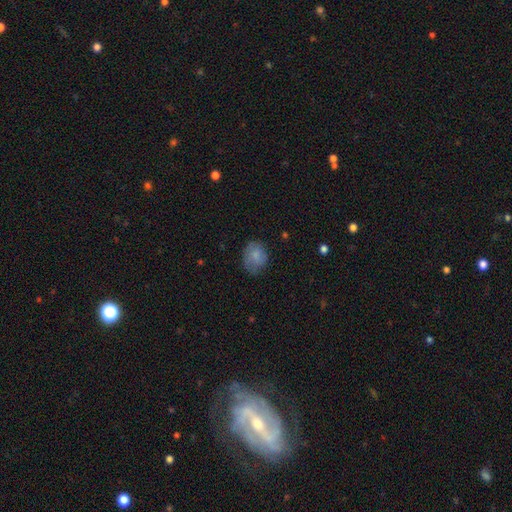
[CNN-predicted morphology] This is likely a smooth galaxy (76%). How rounded: possibly round (50%). Merging: possibly none (58%).